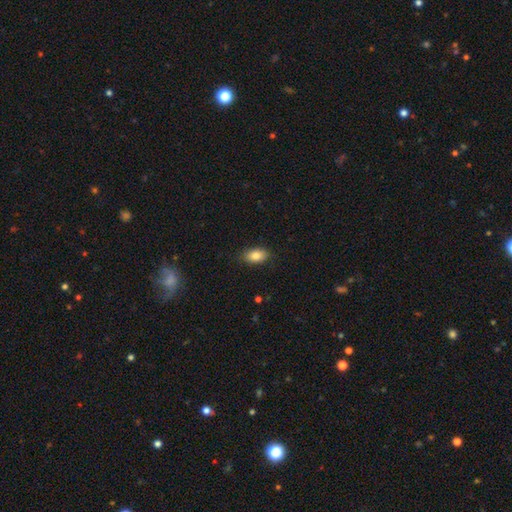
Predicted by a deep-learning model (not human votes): Smooth or featured? smooth (84%)
How rounded? in between (90%)
Merging? none (85%)